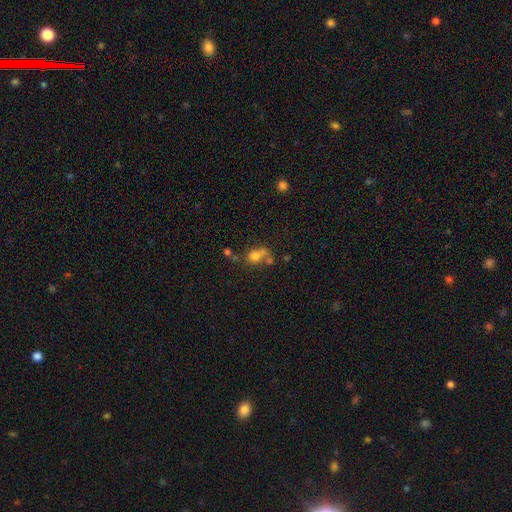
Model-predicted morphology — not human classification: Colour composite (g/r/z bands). It shows a smooth galaxy with no disk features (70%) that is round (67%). Merging: merger (41%).